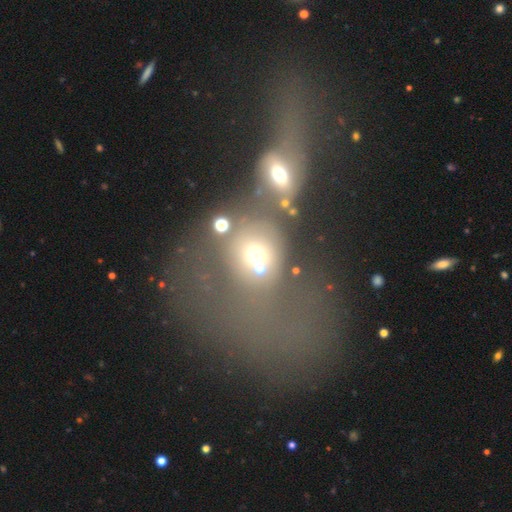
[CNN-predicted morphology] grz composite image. It shows a smooth galaxy with no disk features (55%) that is round (60%). Merging: merger (51%).